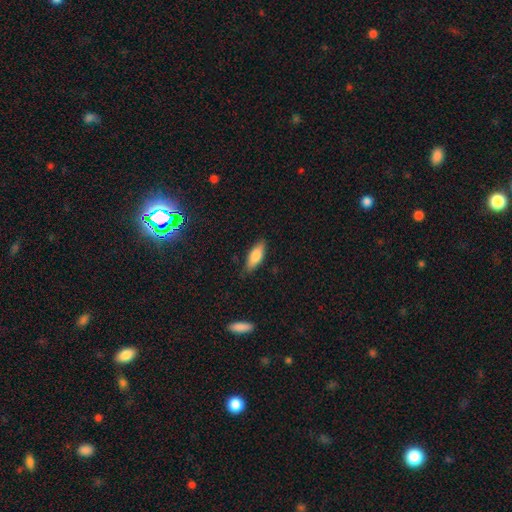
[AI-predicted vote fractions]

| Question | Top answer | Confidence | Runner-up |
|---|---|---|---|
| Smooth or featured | smooth | 78% | featured or disk (15%) |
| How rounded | in between | 66% | cigar-shaped (32%) |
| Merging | none | 81% | minor disturbance (15%) |